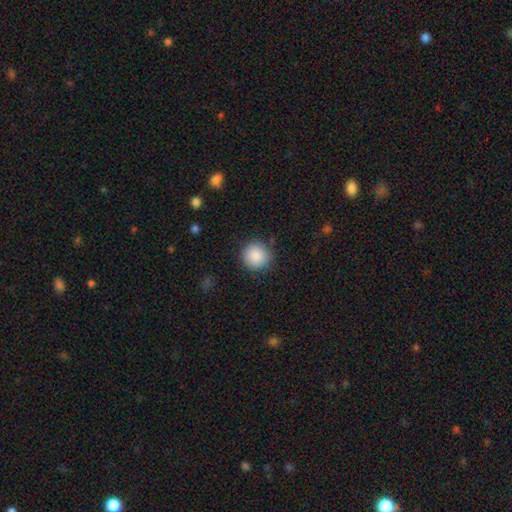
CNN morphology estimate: Smooth or featured? smooth (88%)
How rounded? round (93%)
Merging? none (87%)